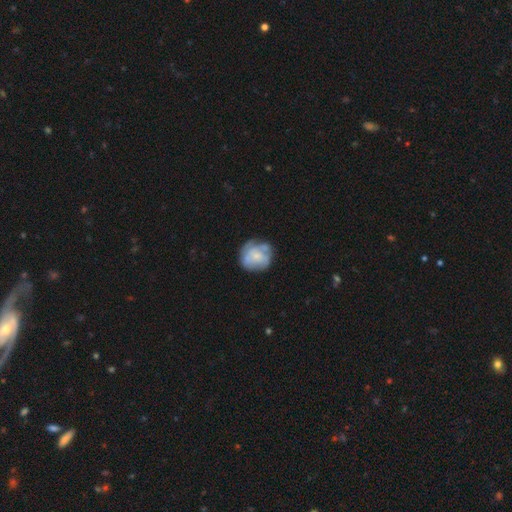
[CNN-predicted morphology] Overall: featured or disk (52%; smooth 40%). Edge-on disk: no (98%). Bar: no (81%). Spiral arms: yes (54%; no 46%). Bulge size: small (55%; moderate 25%). Merging: none (57%; minor disturbance 25%).